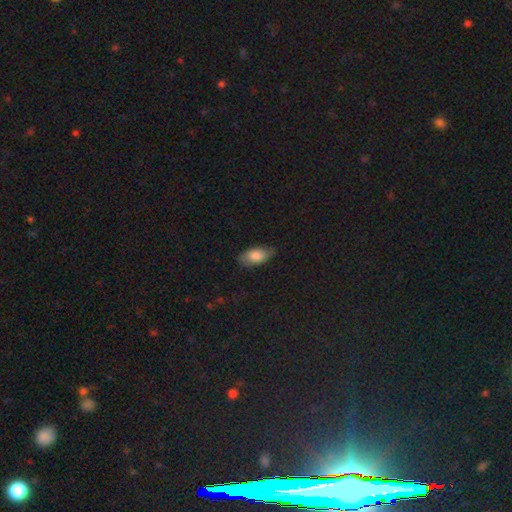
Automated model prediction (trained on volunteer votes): Smooth or featured? Predicted: smooth (p=0.79). How rounded? Predicted: in between (p=0.91). Merging? Predicted: none (p=0.75).